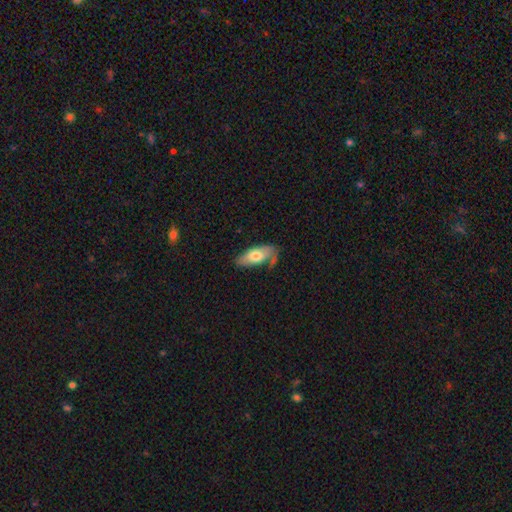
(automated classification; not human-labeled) This appears to be a smooth galaxy with no disk features (65%) that is in between round and cigar-shaped (82%). Merging: none (53%).